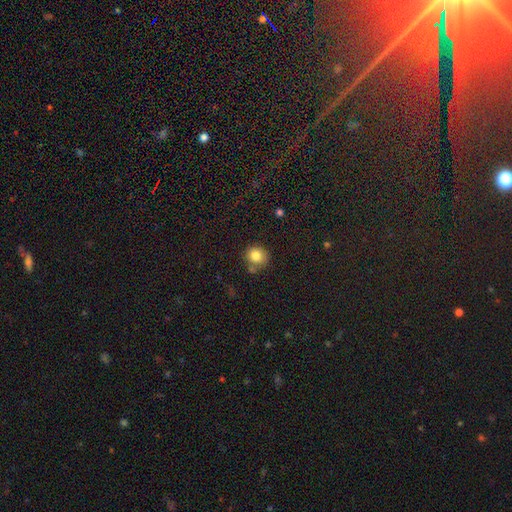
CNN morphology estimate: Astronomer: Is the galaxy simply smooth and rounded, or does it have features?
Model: smooth — 82%.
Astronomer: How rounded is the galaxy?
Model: round — 88%.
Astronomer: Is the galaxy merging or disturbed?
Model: none — 73%.